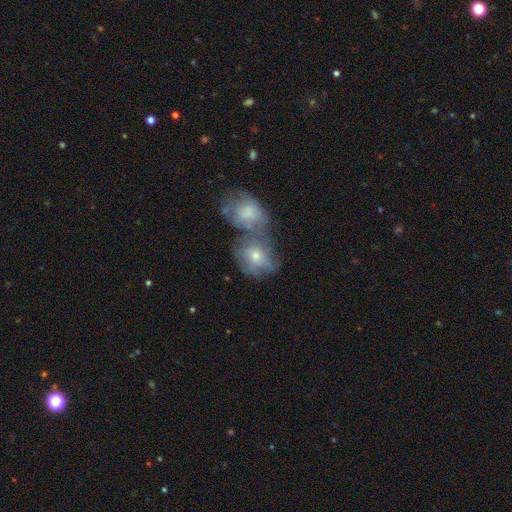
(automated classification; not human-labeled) A smooth galaxy with no disk features (45%).

Vote fractions:
- Smooth or featured? smooth: 45% / featured or disk: 44% / star or artifact: 11%
- Merging? merger: 60% / none: 23% / minor disturbance: 10% / major disturbance: 7%